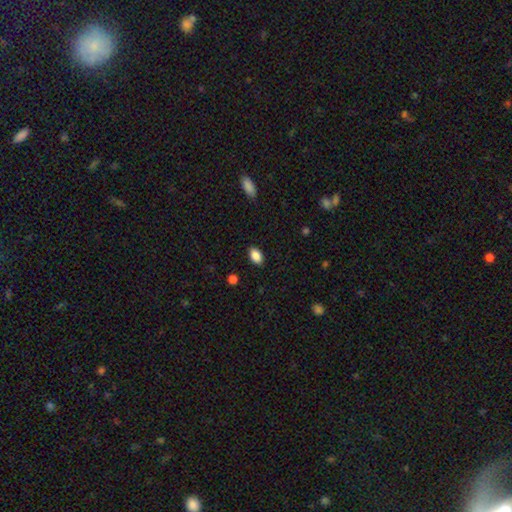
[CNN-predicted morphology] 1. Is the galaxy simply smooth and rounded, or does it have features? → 88% smooth, 8% star or artifact, 4% featured or disk.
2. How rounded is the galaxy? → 89% in between, 9% round, 2% cigar-shaped.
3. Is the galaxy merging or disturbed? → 88% none, 9% minor disturbance, 2% major disturbance, 1% merger.